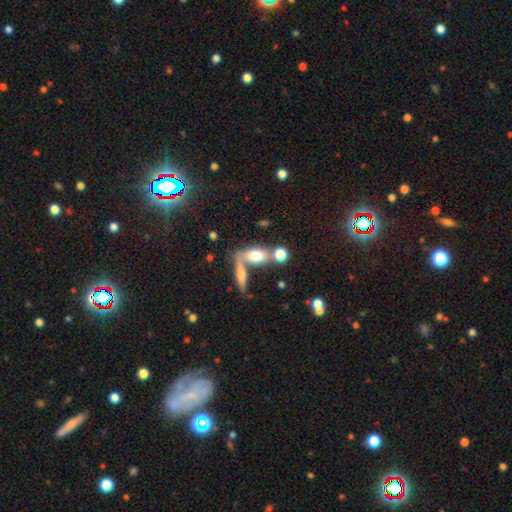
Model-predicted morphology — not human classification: Q: Smooth or featured?
A: smooth (69%); runner-up: featured or disk (21%)
Q: How rounded?
A: in between (69%); runner-up: cigar-shaped (20%)
Q: Merging?
A: merger (45%); runner-up: none (38%)